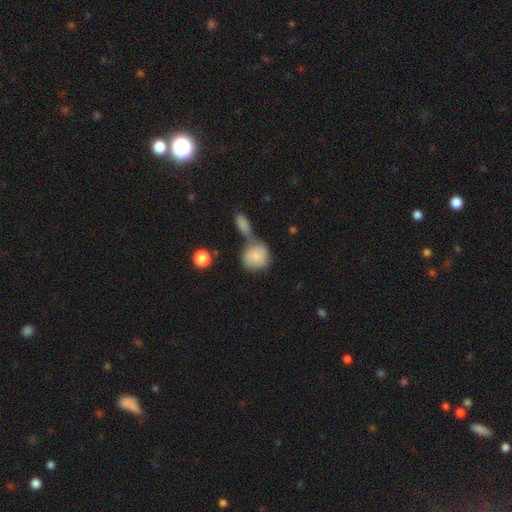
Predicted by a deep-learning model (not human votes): smooth-or-featured: smooth: 78% | featured or disk: 15% | star or artifact: 7%
  how-rounded: round: 74% | in between: 25% | cigar-shaped: 2%
  merging: merger: 49% | none: 30% | minor disturbance: 14% | major disturbance: 8%